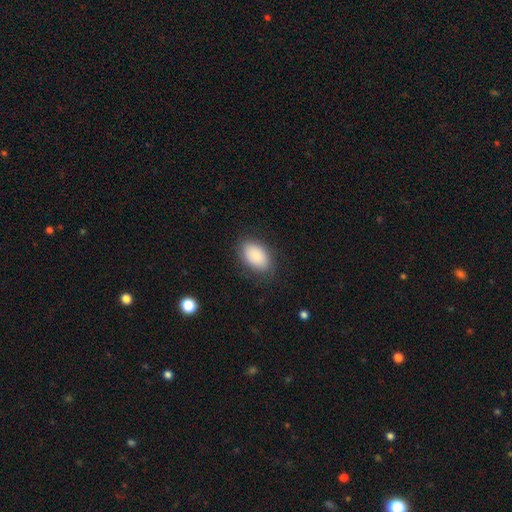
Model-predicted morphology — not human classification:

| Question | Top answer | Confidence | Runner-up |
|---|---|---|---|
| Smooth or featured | smooth | 86% | featured or disk (8%) |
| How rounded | in between | 91% | round (7%) |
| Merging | none | 83% | minor disturbance (12%) |